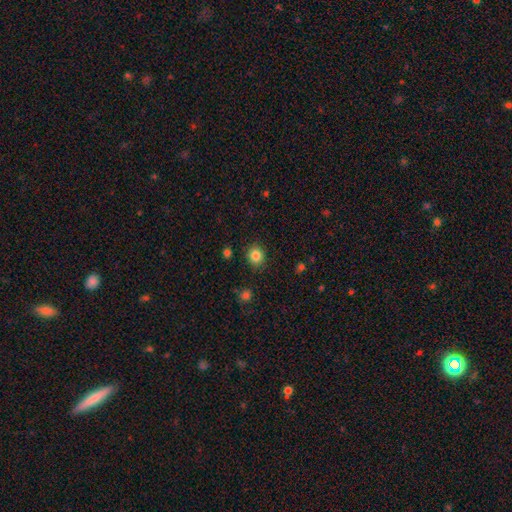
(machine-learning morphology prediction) This is clearly a smooth galaxy (84%). How rounded: likely round (79%). Merging: clearly none (88%).